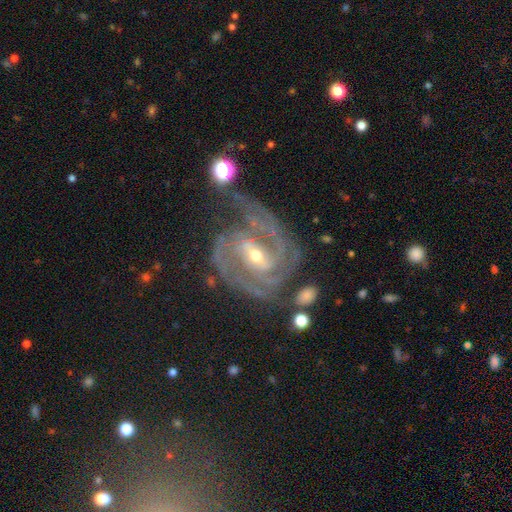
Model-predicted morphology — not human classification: A featured or disk galaxy (92%) with a weak bar (43%), 2 (44%) tight (53%) spiral arms (98%) and a small central bulge (50%).

Vote fractions:
- Smooth or featured? featured or disk: 92% / star or artifact: 5% / smooth: 4%
- Edge-on disk? no: 97% / yes: 3%
- Bar? weak: 43% / strong: 40% / no: 16%
- Spiral arms? yes: 98% / no: 2%
- Spiral winding? tight: 53% / medium: 38% / loose: 10%
- Spiral arm count? 2: 44% / 3: 22% / can't tell: 13% / 4: 9% / more than 4: 6% / 1: 6%
- Bulge size? small: 50% / moderate: 46% / large: 2% / none: 1% / dominant: 1%
- Merging? none: 58% / minor disturbance: 20% / major disturbance: 16% / merger: 7%